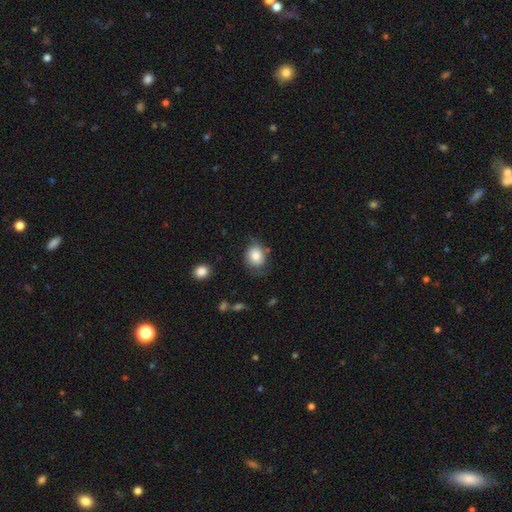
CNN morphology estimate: Q: Smooth or featured?
A: smooth (74%); runner-up: featured or disk (18%)
Q: How rounded?
A: round (56%); runner-up: in between (43%)
Q: Merging?
A: none (57%); runner-up: minor disturbance (28%)